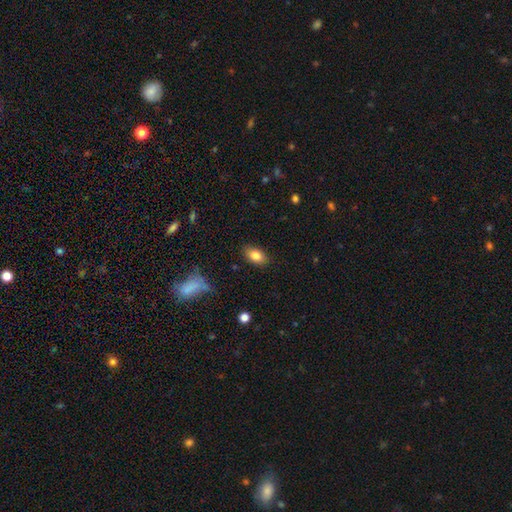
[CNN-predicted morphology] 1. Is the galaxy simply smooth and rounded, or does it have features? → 83% smooth, 9% featured or disk, 8% star or artifact.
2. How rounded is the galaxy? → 88% in between, 9% round, 3% cigar-shaped.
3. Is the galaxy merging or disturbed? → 86% none, 11% minor disturbance, 3% major disturbance, 1% merger.